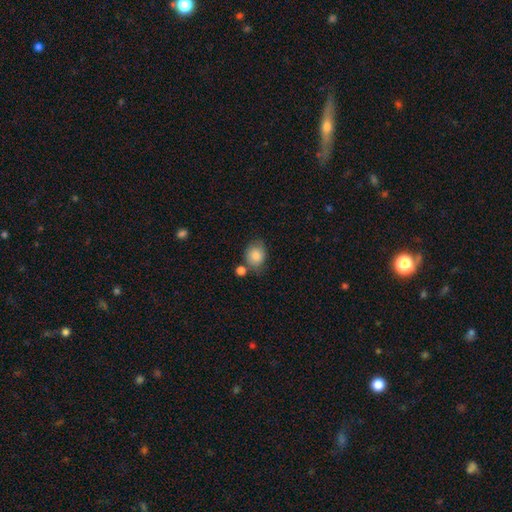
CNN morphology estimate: smooth 81%, featured or disk 11%, star or artifact 8%. Down the decision tree: how rounded — round (56%); merging — none (59%).